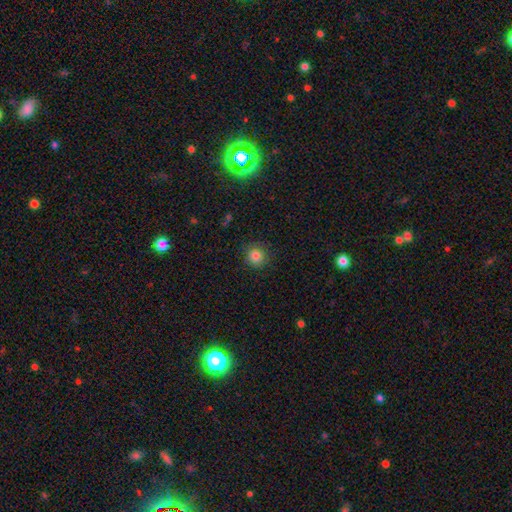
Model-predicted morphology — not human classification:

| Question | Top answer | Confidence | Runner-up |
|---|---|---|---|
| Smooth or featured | smooth | 84% | star or artifact (12%) |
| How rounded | round | 92% | in between (7%) |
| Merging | none | 87% | minor disturbance (9%) |